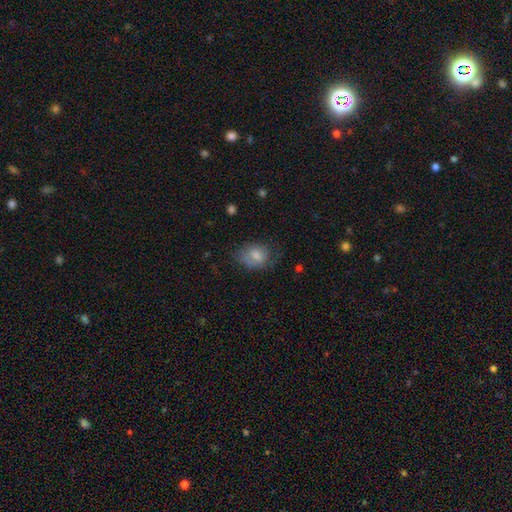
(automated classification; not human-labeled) Smooth or featured: smooth — 72% (featured or disk — 20%)
How rounded: in between — 69% (round — 30%)
Merging: none — 49% (minor disturbance — 31%)